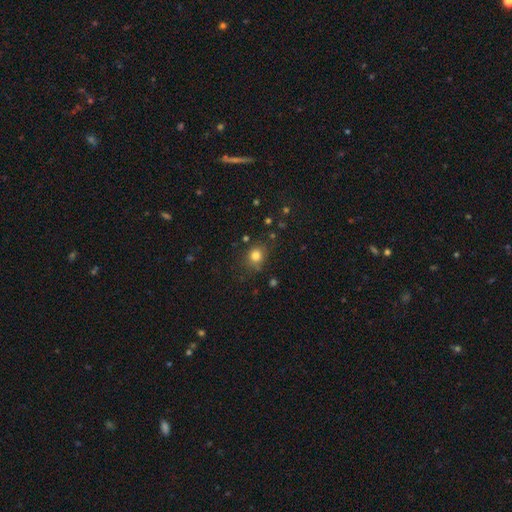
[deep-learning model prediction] Smooth or featured?
  - smooth: 80% *
  - star or artifact: 14%
  - featured or disk: 6%
How rounded?
  - round: 78% *
  - in between: 21%
  - cigar-shaped: 1%
Merging?
  - none: 79% *
  - minor disturbance: 14%
  - major disturbance: 4%
  - merger: 3%